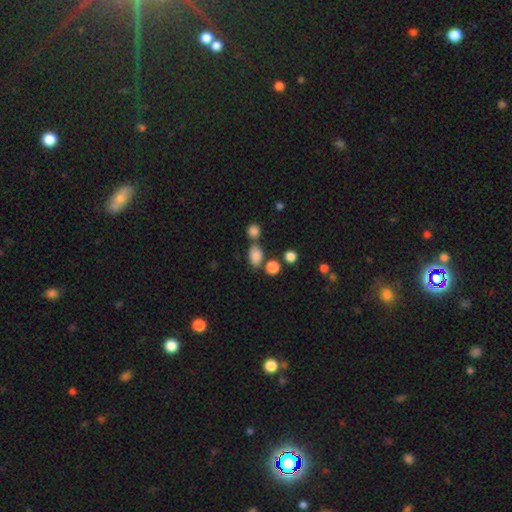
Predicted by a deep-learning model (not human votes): Smooth or featured: smooth — 82% (star or artifact — 12%)
How rounded: in between — 78% (round — 20%)
Merging: none — 62% (merger — 20%)